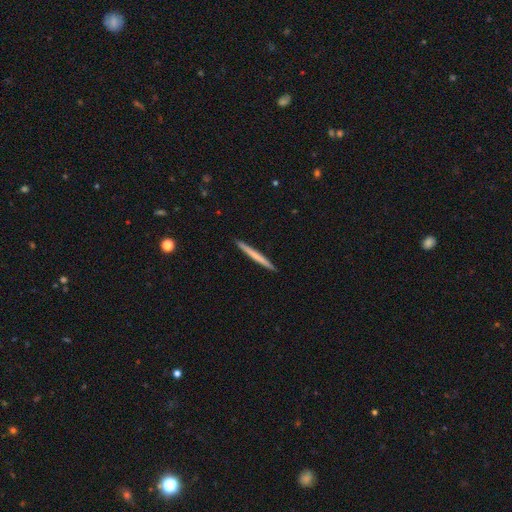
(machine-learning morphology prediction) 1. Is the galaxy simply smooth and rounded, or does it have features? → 58% smooth, 37% featured or disk, 5% star or artifact.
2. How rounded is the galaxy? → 97% cigar-shaped, 2% in between, 1% round.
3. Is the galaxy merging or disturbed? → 93% none, 5% minor disturbance, 1% major disturbance, 1% merger.